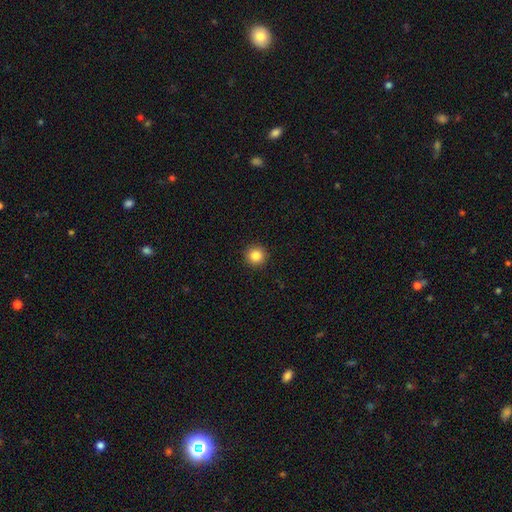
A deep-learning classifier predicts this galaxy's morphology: type=smooth (85%); roundness=round (95%); merging=none (93%).